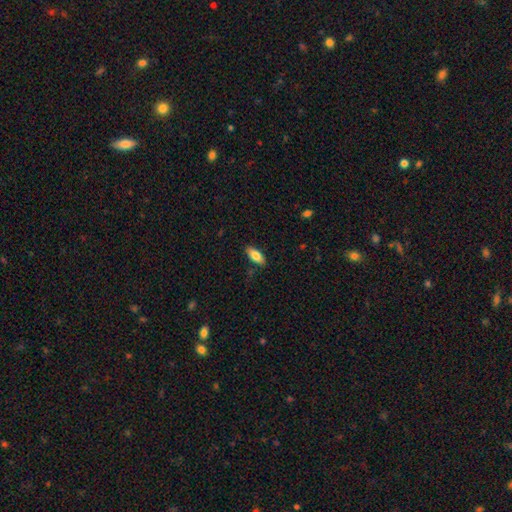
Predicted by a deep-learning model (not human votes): This is likely a smooth galaxy (77%). How rounded: clearly in between (82%). Merging: clearly none (86%).